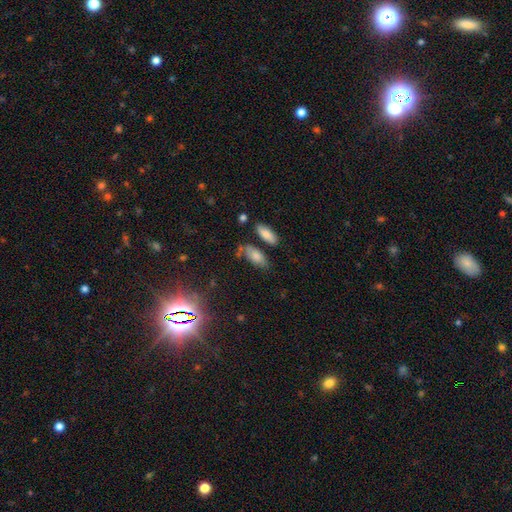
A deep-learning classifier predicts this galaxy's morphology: smooth 77%, featured or disk 14%, star or artifact 9%. Down the decision tree: how rounded — in between (85%); merging — none (58%).